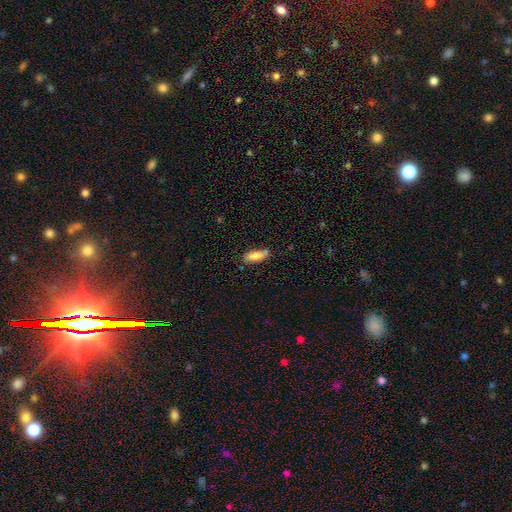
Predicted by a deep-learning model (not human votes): Q: Smooth or featured?
A: smooth (79%); runner-up: featured or disk (14%)
Q: How rounded?
A: in between (71%); runner-up: cigar-shaped (28%)
Q: Merging?
A: none (70%); runner-up: minor disturbance (20%)